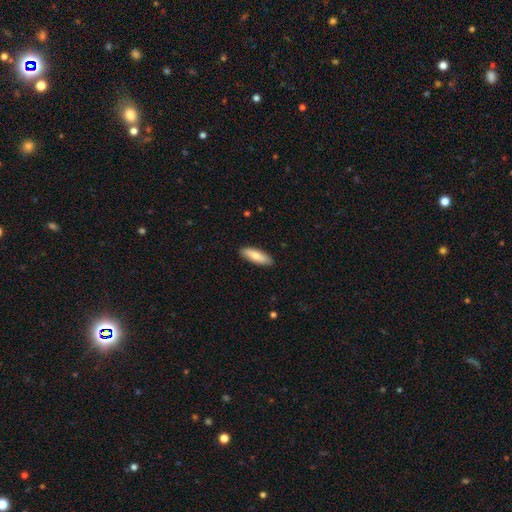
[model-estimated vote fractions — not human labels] This appears to be a smooth galaxy with no disk features (78%) that is in between round and cigar-shaped (51%). Merging: none (89%).